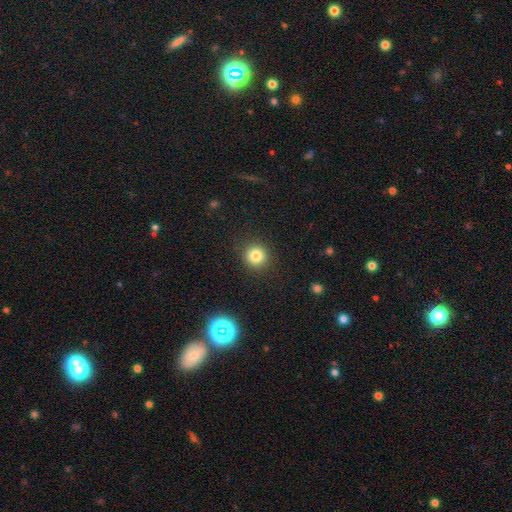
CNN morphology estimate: Q: Smooth or featured?
A: smooth (81%); runner-up: star or artifact (13%)
Q: How rounded?
A: round (93%); runner-up: in between (6%)
Q: Merging?
A: none (90%); runner-up: minor disturbance (6%)